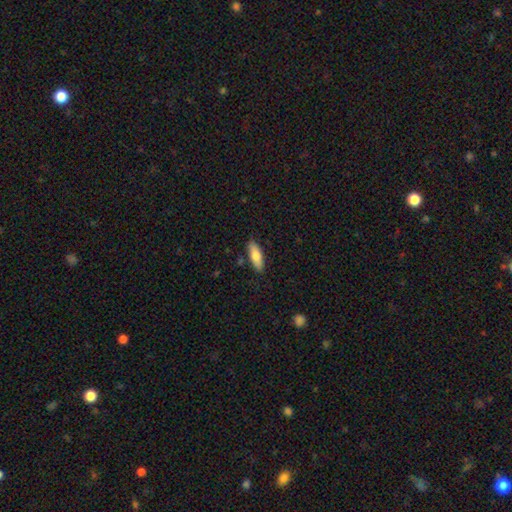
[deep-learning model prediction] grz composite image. It shows a smooth galaxy with no disk features (77%) that is in between round and cigar-shaped (66%). Merging: none (86%).